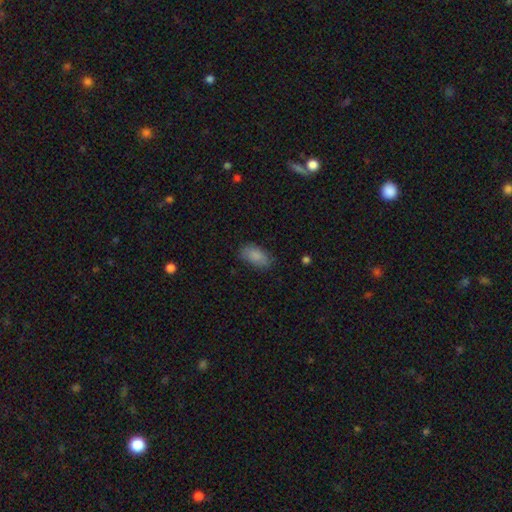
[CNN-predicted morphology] This is clearly a smooth galaxy (87%). How rounded: clearly in between (92%). Merging: likely none (79%).